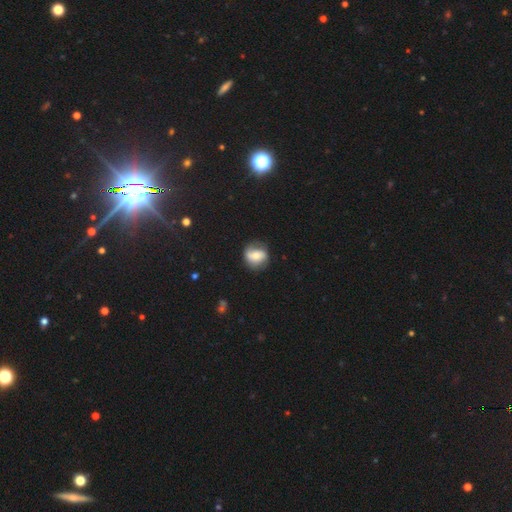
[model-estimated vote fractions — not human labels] Smooth or featured? featured or disk (47%)
Merging? none (70%)